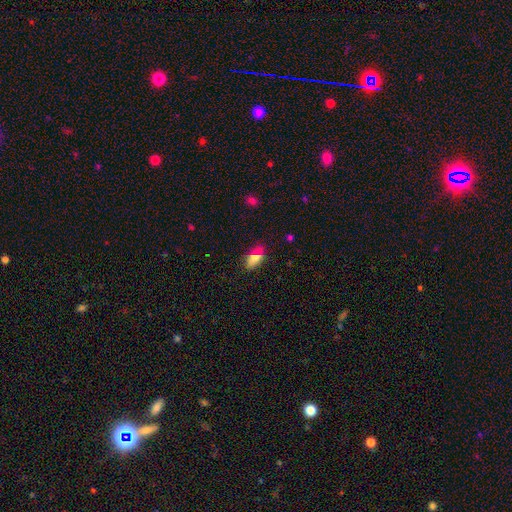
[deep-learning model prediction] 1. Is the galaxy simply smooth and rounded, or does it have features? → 69% smooth, 17% featured or disk, 14% star or artifact.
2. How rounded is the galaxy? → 82% in between, 11% cigar-shaped, 6% round.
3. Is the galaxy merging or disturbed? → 77% none, 15% minor disturbance, 4% major disturbance, 3% merger.